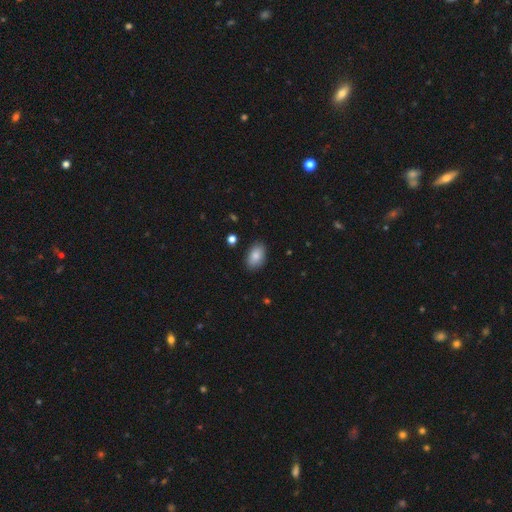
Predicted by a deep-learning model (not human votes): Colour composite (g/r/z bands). It shows a smooth galaxy with no disk features (84%) that is in between round and cigar-shaped (91%). Merging: none (86%).